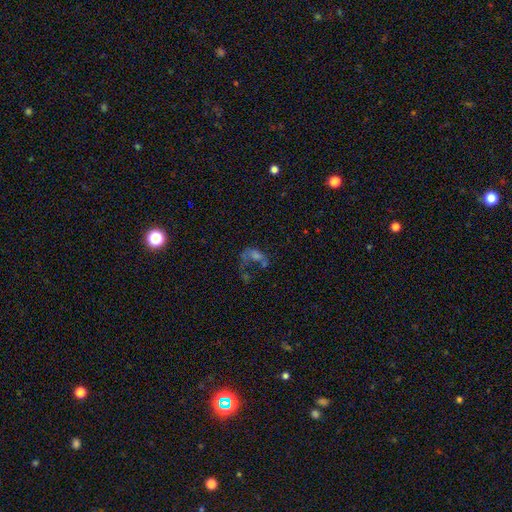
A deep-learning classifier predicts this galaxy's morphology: type=featured or disk (40%); merging=major disturbance (37%).